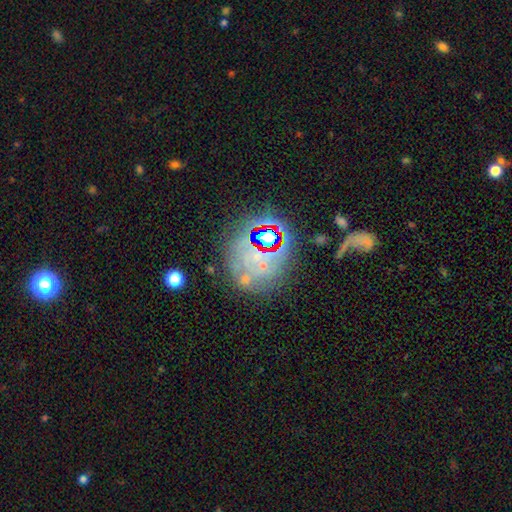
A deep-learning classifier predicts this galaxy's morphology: star or artifact 53%, featured or disk 26%, smooth 21%.